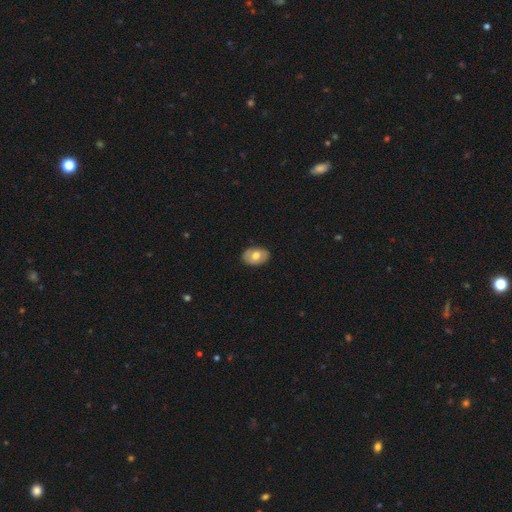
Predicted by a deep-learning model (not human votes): Q: Smooth or featured?
A: smooth (61%); runner-up: featured or disk (32%)
Q: How rounded?
A: in between (83%); runner-up: round (16%)
Q: Merging?
A: none (85%); runner-up: minor disturbance (12%)